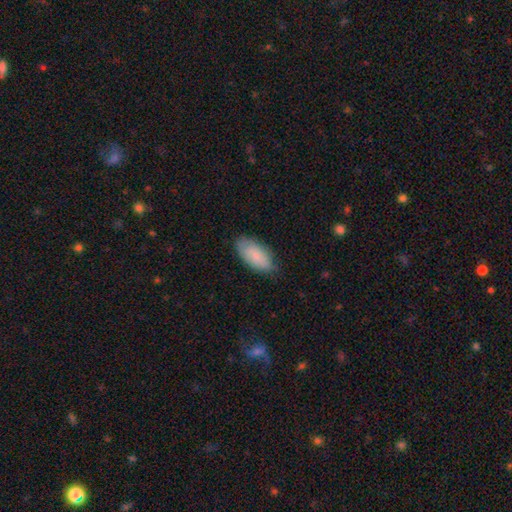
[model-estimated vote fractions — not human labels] Smooth or featured? smooth (82%)
How rounded? in between (92%)
Merging? none (75%)